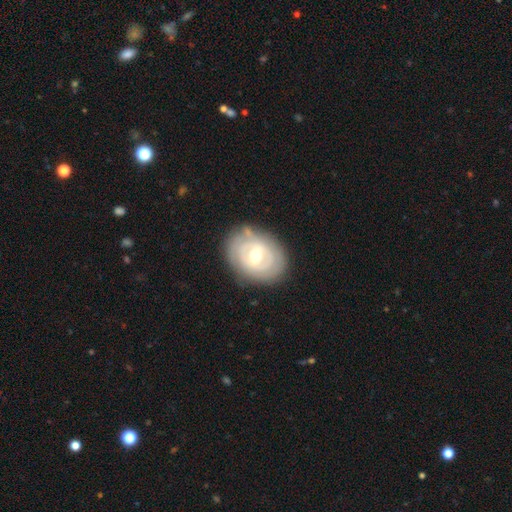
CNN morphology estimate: Q: Smooth or featured?
A: featured or disk (70%); runner-up: smooth (25%)
Q: Edge-on disk?
A: no (95%); runner-up: yes (5%)
Q: Bar?
A: weak (47%); runner-up: no (30%)
Q: Spiral arms?
A: yes (51%); runner-up: no (49%)
Q: Bulge size?
A: moderate (74%); runner-up: small (18%)
Q: Merging?
A: none (78%); runner-up: minor disturbance (16%)